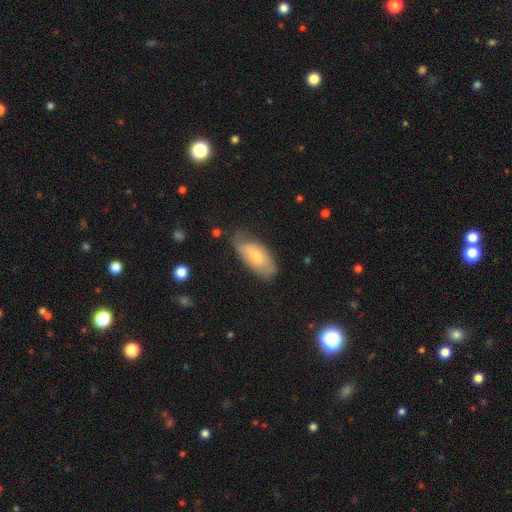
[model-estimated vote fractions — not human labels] Smooth or featured? smooth (60%)
How rounded? in between (90%)
Merging? none (61%)